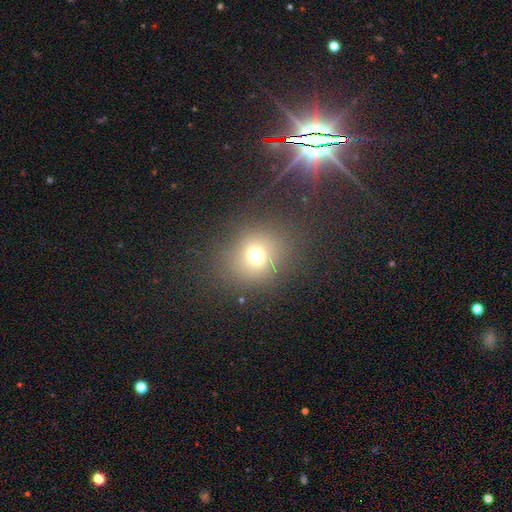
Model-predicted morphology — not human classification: A smooth galaxy with no disk features (68%) that is round (77%).

Vote fractions:
- Smooth or featured? smooth: 68% / star or artifact: 21% / featured or disk: 11%
- How rounded? round: 77% / in between: 22% / cigar-shaped: 1%
- Merging? none: 77% / minor disturbance: 11% / major disturbance: 10% / merger: 3%